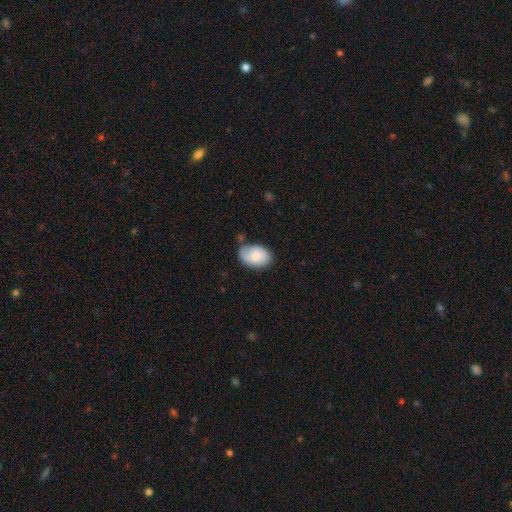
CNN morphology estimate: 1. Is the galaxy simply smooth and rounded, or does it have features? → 75% smooth, 18% featured or disk, 7% star or artifact.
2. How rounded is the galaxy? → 87% in between, 12% round, 1% cigar-shaped.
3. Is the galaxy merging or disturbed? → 61% none, 27% minor disturbance, 7% major disturbance, 5% merger.